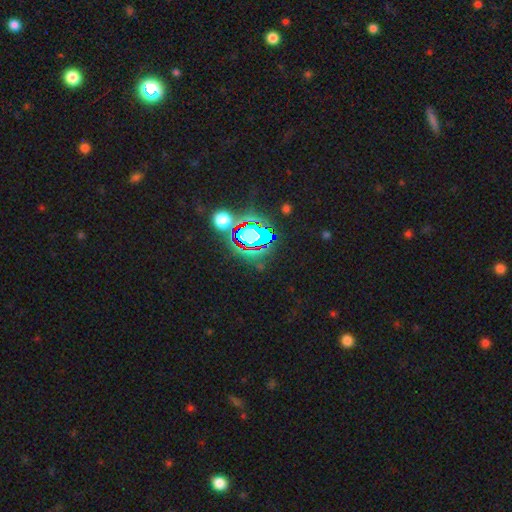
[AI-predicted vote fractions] This is likely a star or artifact rather than a galaxy (79%).